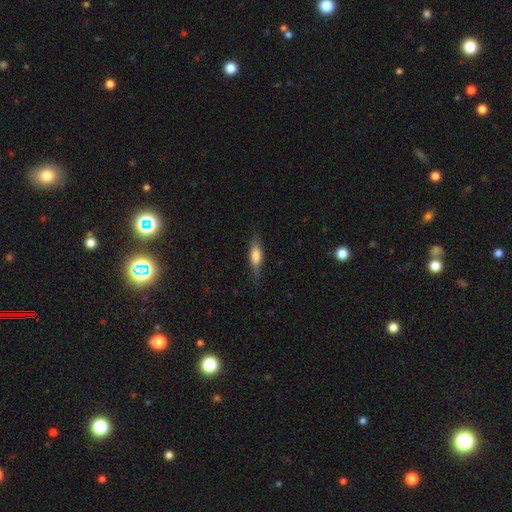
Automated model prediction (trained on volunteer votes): smooth_or_featured: smooth (p=0.67) [alt: featured or disk p=0.26]
how_rounded: cigar-shaped (p=0.52) [alt: in between p=0.46]
merging: none (p=0.72) [alt: minor disturbance p=0.21]